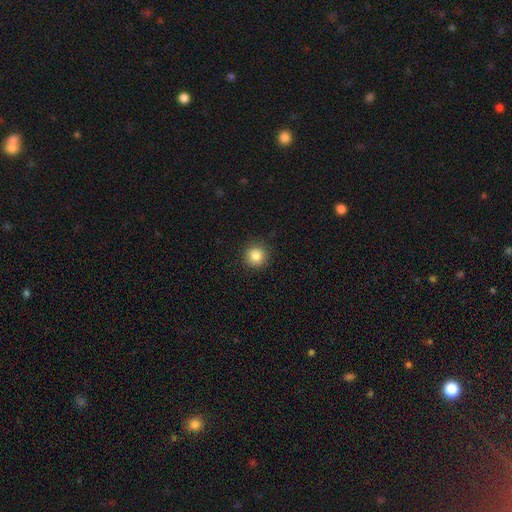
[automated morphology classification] This is clearly a smooth galaxy (84%). How rounded: clearly round (95%). Merging: clearly none (92%).